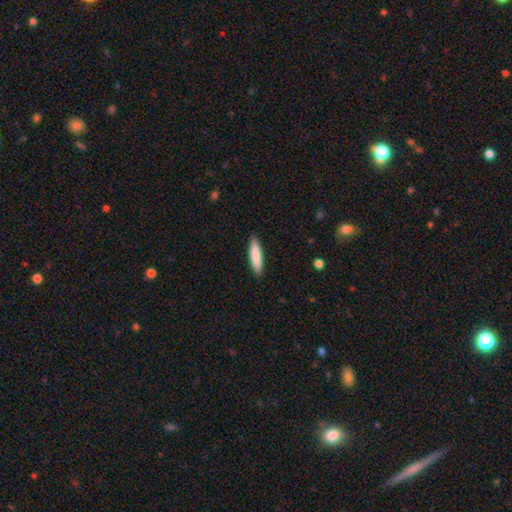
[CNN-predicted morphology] The model was most divided on "how rounded": cigar-shaped: 77%, in between: 22%, round: 1%. More confident: merging — none (90%); smooth or featured — smooth (86%).